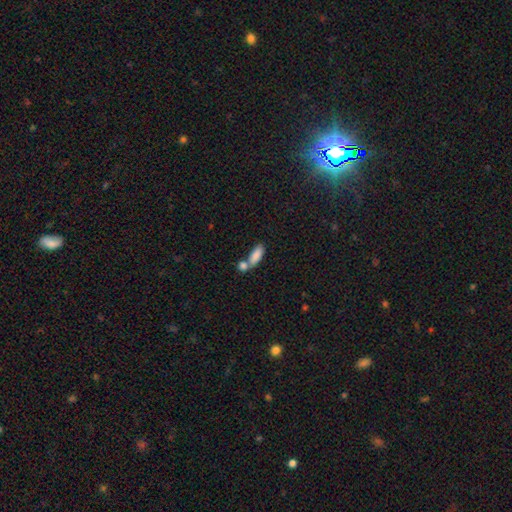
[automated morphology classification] type=smooth (85%); roundness=in between (75%); merging=merger (47%).